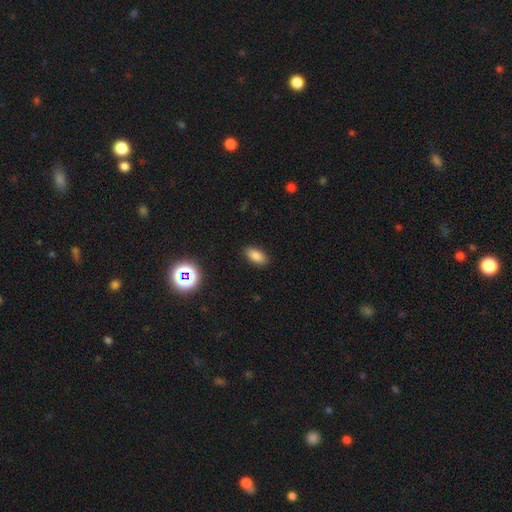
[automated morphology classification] A smooth galaxy with no disk features (82%) that is in between round and cigar-shaped (90%).

Vote fractions:
- Smooth or featured? smooth: 82% / star or artifact: 11% / featured or disk: 7%
- How rounded? in between: 90% / cigar-shaped: 6% / round: 5%
- Merging? none: 88% / minor disturbance: 8% / major disturbance: 2% / merger: 1%